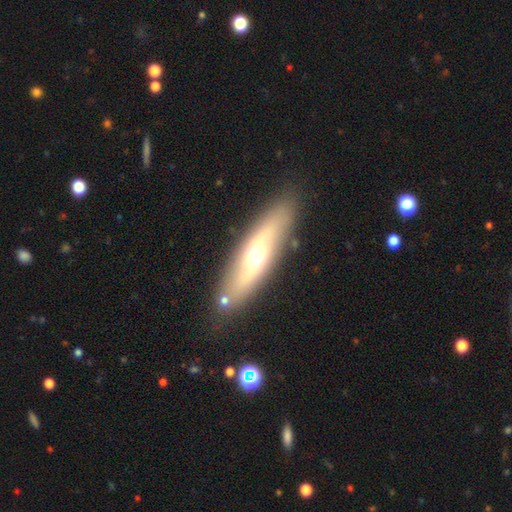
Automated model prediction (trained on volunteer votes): Overall: featured or disk (52%; smooth 41%). Edge-on disk: yes (54%; no 46%). Merging: none (83%).